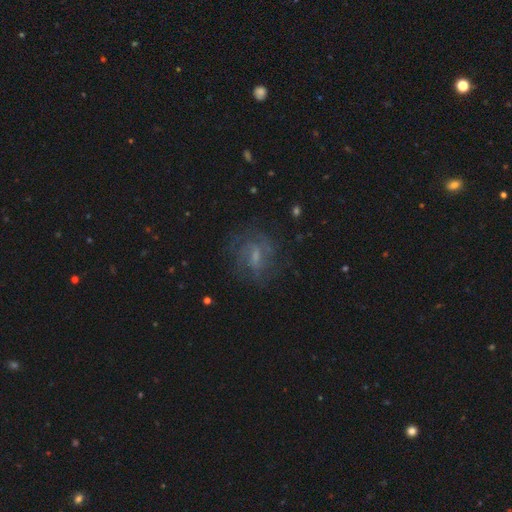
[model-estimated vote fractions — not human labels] A featured or disk galaxy (62%) with a weak bar (55%), spiral arms (79%) and a small central bulge (42%).

Vote fractions:
- Smooth or featured? featured or disk: 62% / smooth: 25% / star or artifact: 13%
- Edge-on disk? no: 95% / yes: 5%
- Bar? weak: 55% / no: 27% / strong: 18%
- Spiral arms? yes: 79% / no: 21%
- Bulge size? small: 42% / moderate: 31% / none: 22% / large: 4% / dominant: 1%
- Merging? none: 69% / minor disturbance: 16% / major disturbance: 12% / merger: 2%